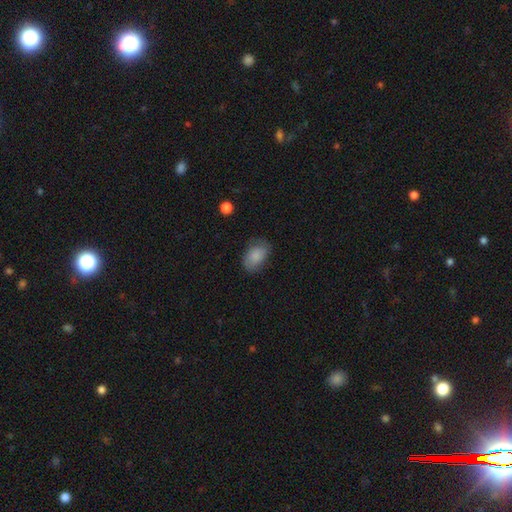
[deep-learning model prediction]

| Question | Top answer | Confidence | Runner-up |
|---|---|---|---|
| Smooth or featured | smooth | 83% | featured or disk (10%) |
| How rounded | in between | 87% | round (11%) |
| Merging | none | 70% | minor disturbance (22%) |